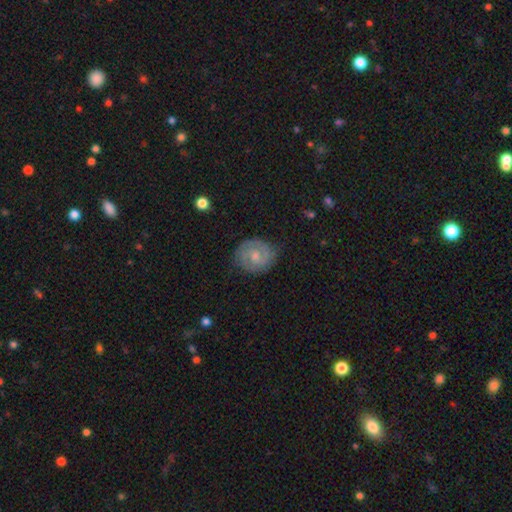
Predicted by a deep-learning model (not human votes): Smooth or featured? Predicted: featured or disk (p=0.69). Edge-on disk? Predicted: no (p=0.98). Bar? Predicted: no (p=0.59). Spiral arms? Predicted: yes (p=0.90). Spiral winding? Predicted: tight (p=0.64). Spiral arm count? Predicted: 2 (p=0.70). Bulge size? Predicted: moderate (p=0.51). Merging? Predicted: none (p=0.80).